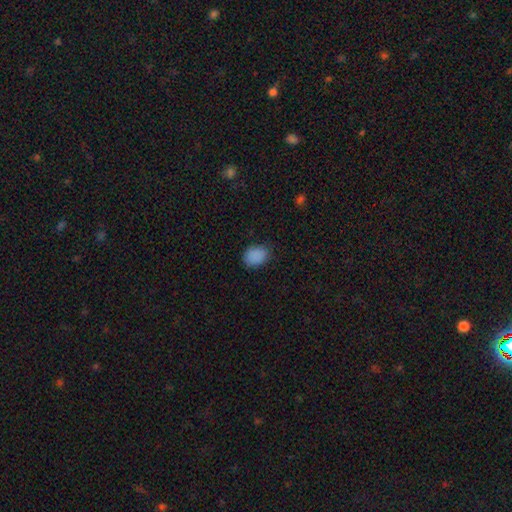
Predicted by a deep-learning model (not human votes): smooth_or_featured: smooth (p=0.87) [alt: star or artifact p=0.09]
how_rounded: in between (p=0.65) [alt: round p=0.34]
merging: none (p=0.78) [alt: minor disturbance p=0.18]